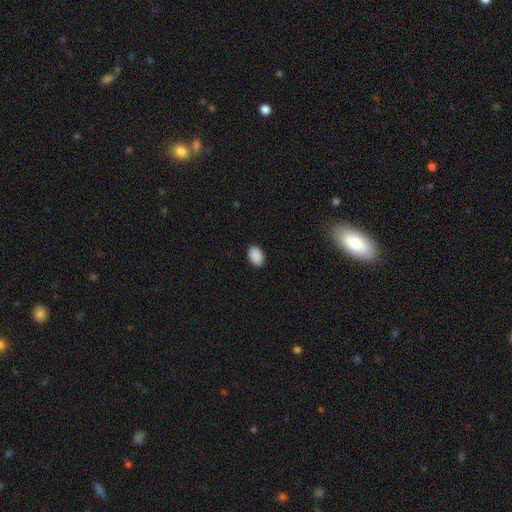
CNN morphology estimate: Smooth or featured? smooth (90%)
How rounded? in between (89%)
Merging? none (90%)